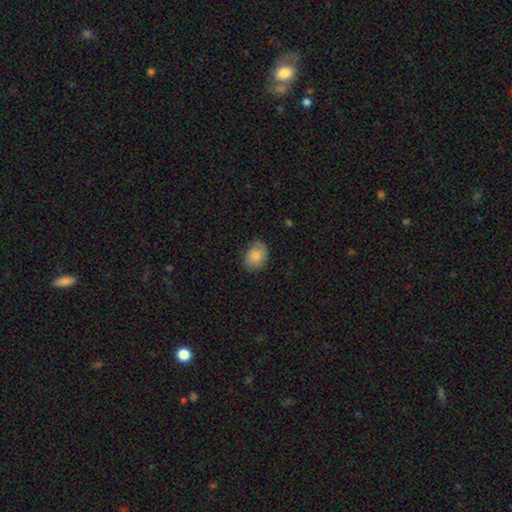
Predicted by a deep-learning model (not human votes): smooth-or-featured: smooth: 81% | featured or disk: 12% | star or artifact: 7%
  how-rounded: in between: 59% | round: 41% | cigar-shaped: 1%
  merging: none: 75% | minor disturbance: 20% | major disturbance: 4% | merger: 1%